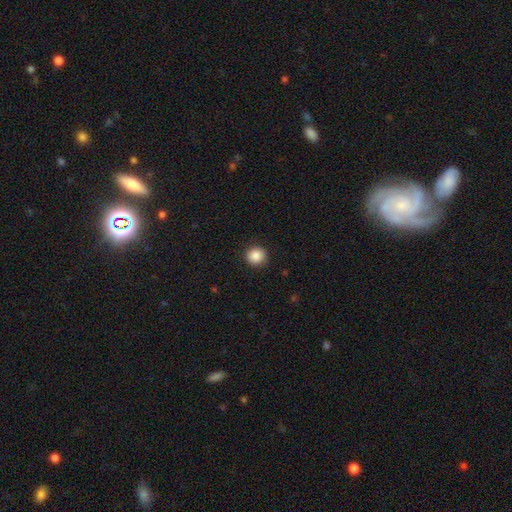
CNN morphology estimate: Smooth or featured? smooth (88%)
How rounded? round (94%)
Merging? none (92%)